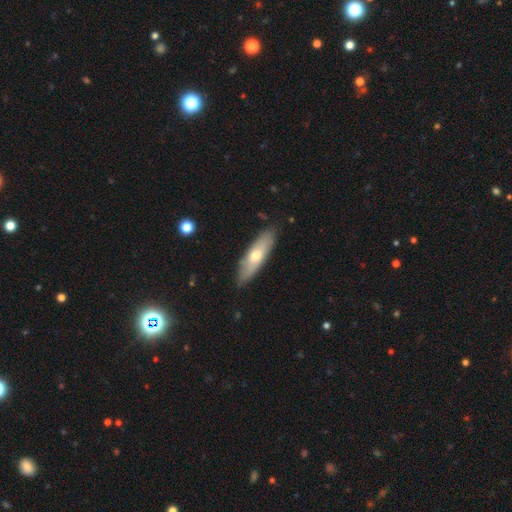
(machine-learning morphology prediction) Smooth or featured?
  - smooth: 54% *
  - featured or disk: 40%
  - star or artifact: 6%
How rounded?
  - cigar-shaped: 55% *
  - in between: 43%
  - round: 2%
Merging?
  - none: 85% *
  - minor disturbance: 12%
  - major disturbance: 2%
  - merger: 1%